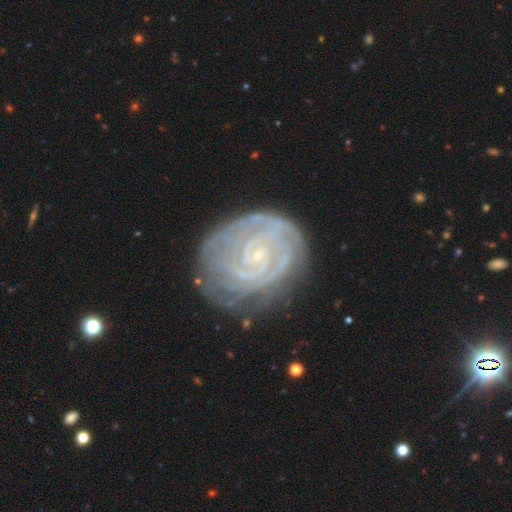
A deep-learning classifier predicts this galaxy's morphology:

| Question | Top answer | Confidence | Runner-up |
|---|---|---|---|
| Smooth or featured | featured or disk | 83% | smooth (9%) |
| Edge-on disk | no | 98% | yes (2%) |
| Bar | no | 67% | weak (26%) |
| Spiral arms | yes | 93% | no (7%) |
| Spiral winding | tight | 81% | medium (15%) |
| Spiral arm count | can't tell | 38% | 2 (22%) |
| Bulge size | small | 86% | moderate (7%) |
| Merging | none | 70% | minor disturbance (20%) |